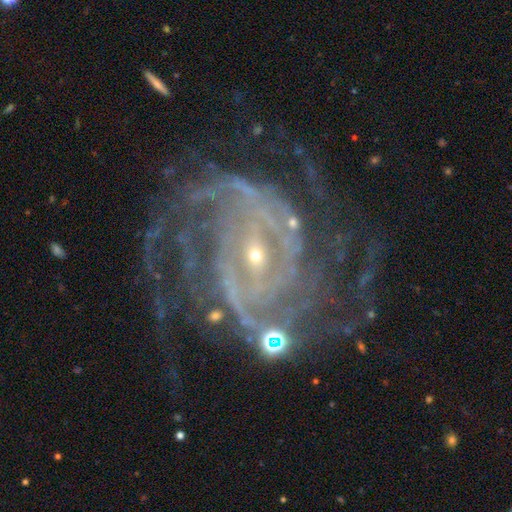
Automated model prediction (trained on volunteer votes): A featured or disk galaxy (90%) with a weak bar (39%), 2 (26%) tight (52%) spiral arms (97%) and a small central bulge (83%). Merging: none (59%).